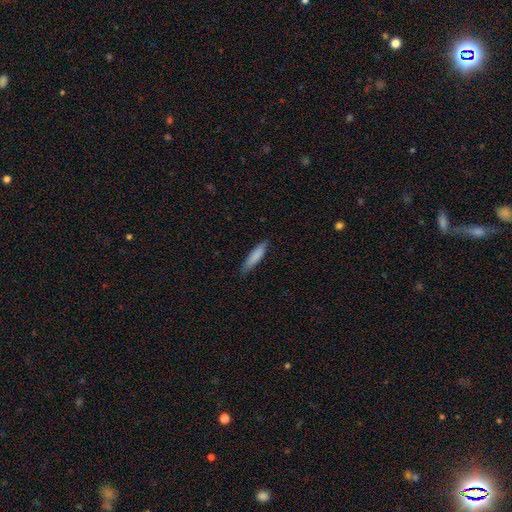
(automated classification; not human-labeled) The model was most divided on "how rounded": cigar-shaped: 77%, in between: 22%, round: 1%. More confident: smooth or featured — smooth (83%); merging — none (82%).